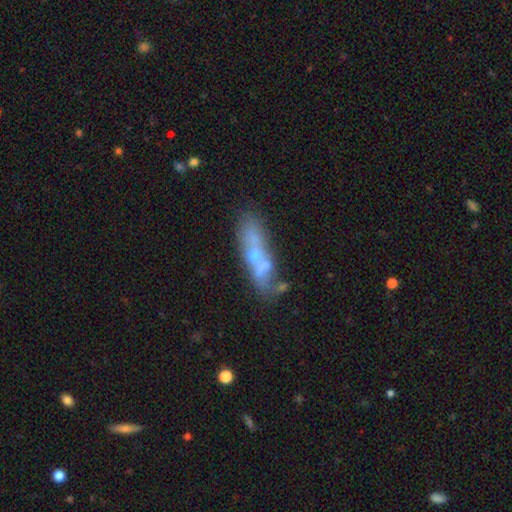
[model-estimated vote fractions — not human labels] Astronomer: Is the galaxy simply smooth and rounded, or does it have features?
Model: featured or disk — 51% (runner-up: smooth, 38%).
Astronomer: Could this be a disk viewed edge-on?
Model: no — 74%.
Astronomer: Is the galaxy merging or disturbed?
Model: none — 37% (runner-up: merger, 33%).